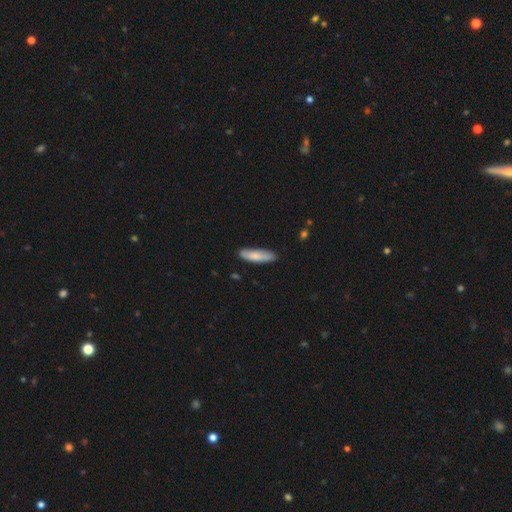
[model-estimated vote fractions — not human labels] The model was most divided on "how rounded": cigar-shaped: 67%, in between: 31%, round: 1%. More confident: merging — none (83%); smooth or featured — smooth (80%).